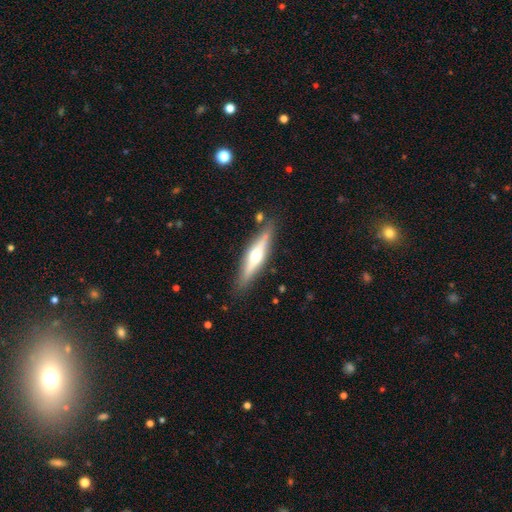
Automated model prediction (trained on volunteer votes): smooth_or_featured: featured or disk (p=0.63) [alt: smooth p=0.32]
disk_edge_on: yes (p=0.95) [alt: no p=0.05]
edge_on_bulge: rounded (p=0.90) [alt: boxy p=0.06]
merging: none (p=0.86) [alt: minor disturbance p=0.10]